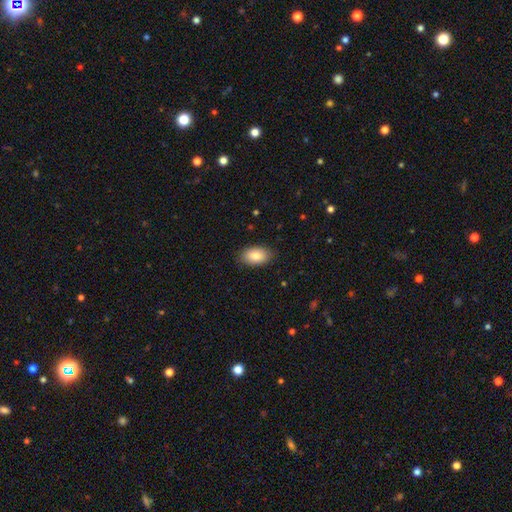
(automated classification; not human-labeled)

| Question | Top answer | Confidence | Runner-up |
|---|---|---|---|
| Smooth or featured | smooth | 84% | featured or disk (9%) |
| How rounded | in between | 93% | round (6%) |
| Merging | none | 86% | minor disturbance (11%) |